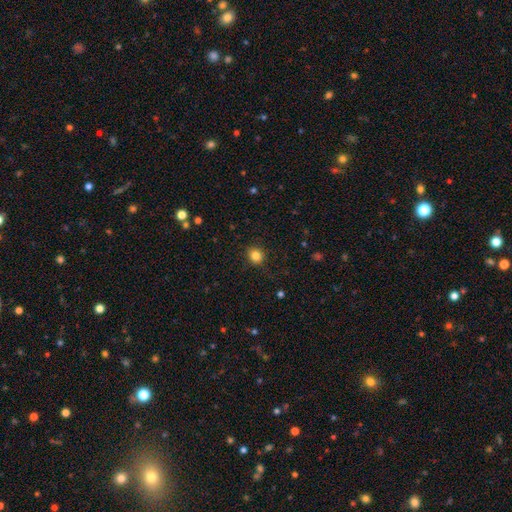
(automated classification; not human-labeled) Morphology: type=smooth (83%); roundness=round (87%); merging=none (89%).